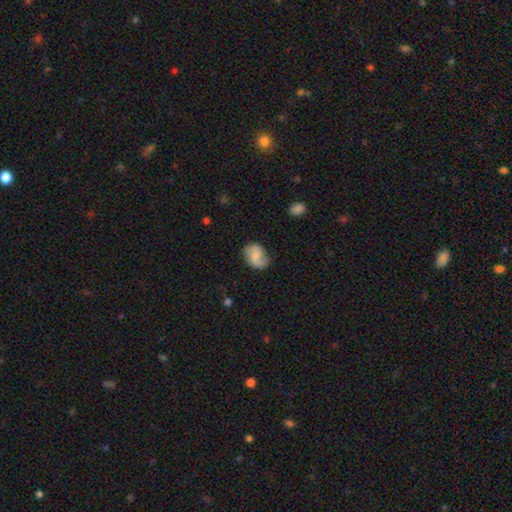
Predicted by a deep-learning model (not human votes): Smooth or featured?
  - featured or disk: 57% *
  - smooth: 35%
  - star or artifact: 7%
Edge-on disk?
  - no: 98% *
  - yes: 2%
Bar?
  - weak: 46% *
  - no: 44%
  - strong: 10%
Spiral arms?
  - yes: 92% *
  - no: 8%
Spiral winding?
  - loose: 47% *
  - medium: 39%
  - tight: 14%
Spiral arm count?
  - 2: 82% *
  - 1: 9%
  - can't tell: 6%
  - 3: 1%
  - 4: 1%
  - more than 4: 1%
Bulge size?
  - none: 35% *
  - small: 31%
  - moderate: 27%
  - large: 6%
  - dominant: 2%
Merging?
  - none: 70% *
  - minor disturbance: 21%
  - major disturbance: 7%
  - merger: 2%